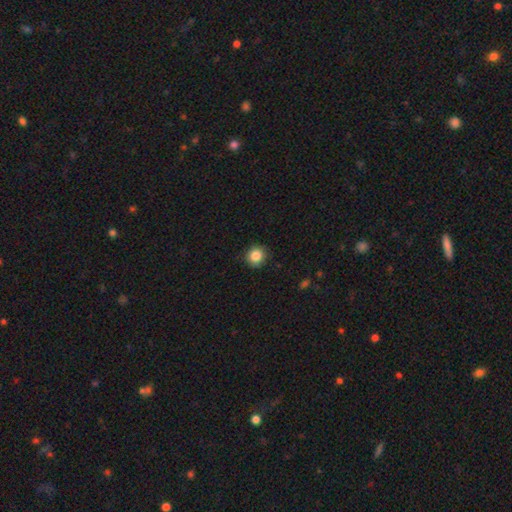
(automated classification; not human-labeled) A smooth galaxy with no disk features (85%) that is round (90%). Merging: none (88%).